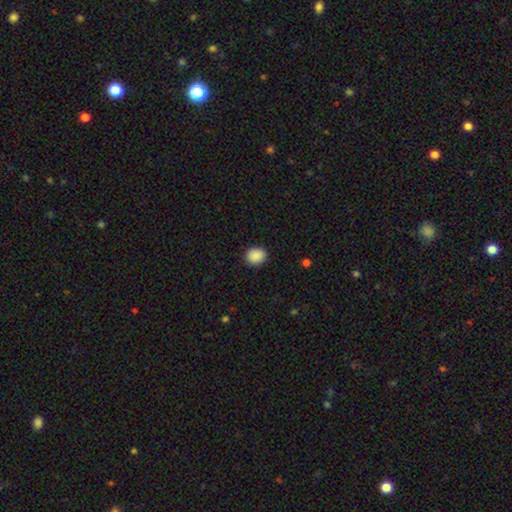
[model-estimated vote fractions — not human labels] smooth-or-featured: smooth: 89% | star or artifact: 8% | featured or disk: 3%
  how-rounded: round: 62% | in between: 37% | cigar-shaped: 1%
  merging: none: 90% | minor disturbance: 7% | major disturbance: 2% | merger: 1%